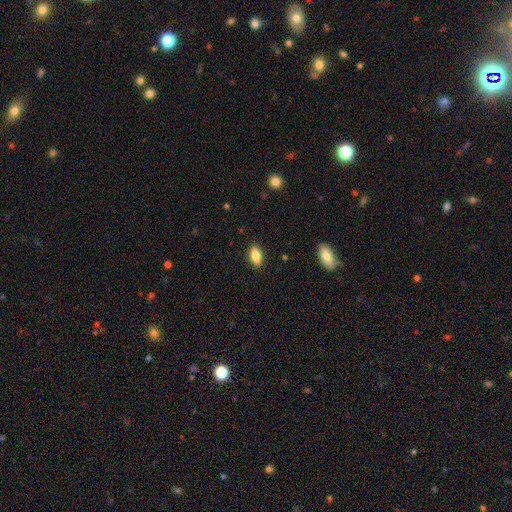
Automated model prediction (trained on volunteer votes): smooth 79%, featured or disk 14%, star or artifact 7%. Down the decision tree: how rounded — in between (83%); merging — none (88%).